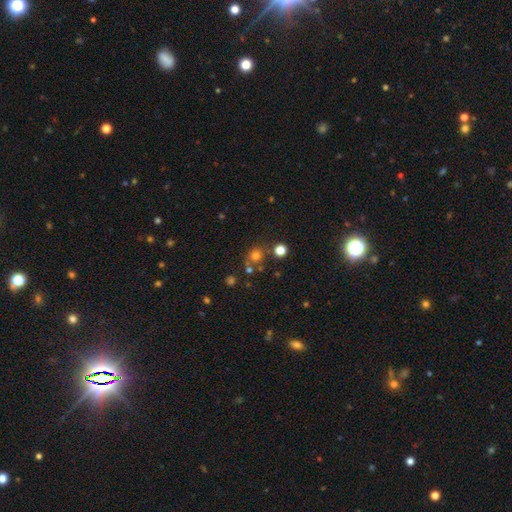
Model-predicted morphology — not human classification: smooth-or-featured: smooth: 72% | star or artifact: 20% | featured or disk: 8%
  how-rounded: round: 86% | in between: 13% | cigar-shaped: 1%
  merging: none: 68% | merger: 16% | minor disturbance: 11% | major disturbance: 5%